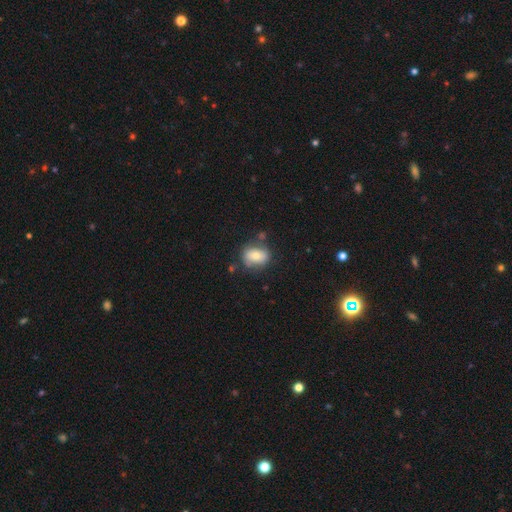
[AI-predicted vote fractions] smooth_or_featured: smooth (p=0.68) [alt: featured or disk p=0.23]
how_rounded: in between (p=0.62) [alt: round p=0.37]
merging: none (p=0.67) [alt: minor disturbance p=0.20]